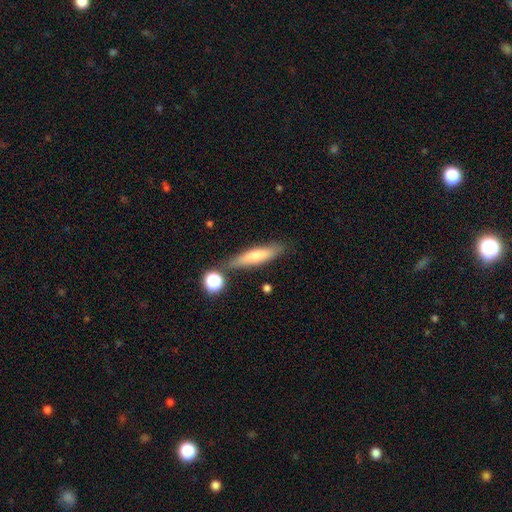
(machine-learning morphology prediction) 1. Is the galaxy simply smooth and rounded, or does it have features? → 69% smooth, 24% featured or disk, 7% star or artifact.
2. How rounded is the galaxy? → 80% cigar-shaped, 18% in between, 2% round.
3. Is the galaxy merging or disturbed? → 76% none, 14% minor disturbance, 6% merger, 4% major disturbance.